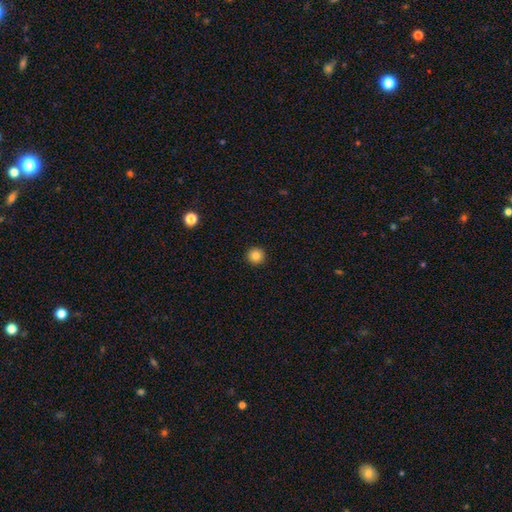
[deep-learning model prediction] This is clearly a smooth galaxy (84%). How rounded: clearly round (95%). Merging: clearly none (93%).